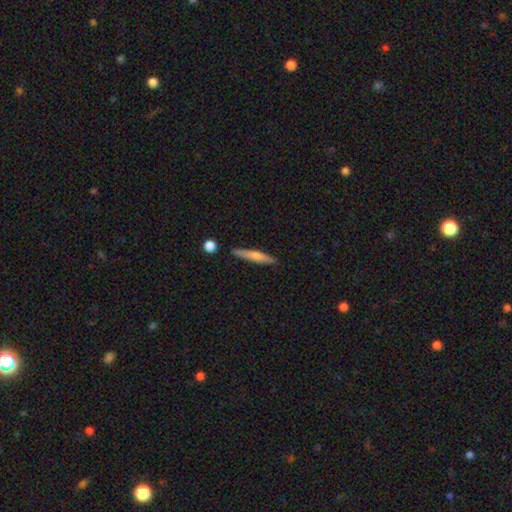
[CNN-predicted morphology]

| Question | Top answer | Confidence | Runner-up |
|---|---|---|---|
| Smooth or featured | smooth | 49% | featured or disk (45%) |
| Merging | none | 88% | minor disturbance (8%) |